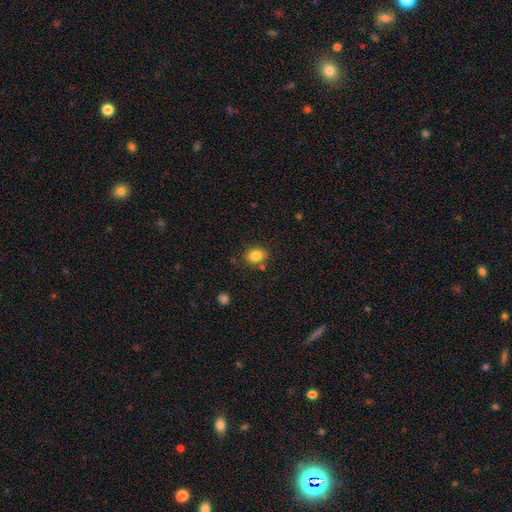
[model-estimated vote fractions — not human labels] A smooth galaxy with no disk features (84%) that is in between round and cigar-shaped (52%). Merging: none (81%).